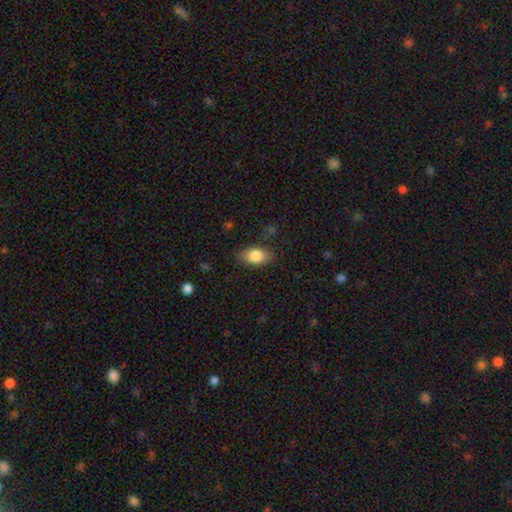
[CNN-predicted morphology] Overall: smooth (82%). How rounded: in between (88%). Merging: none (81%).